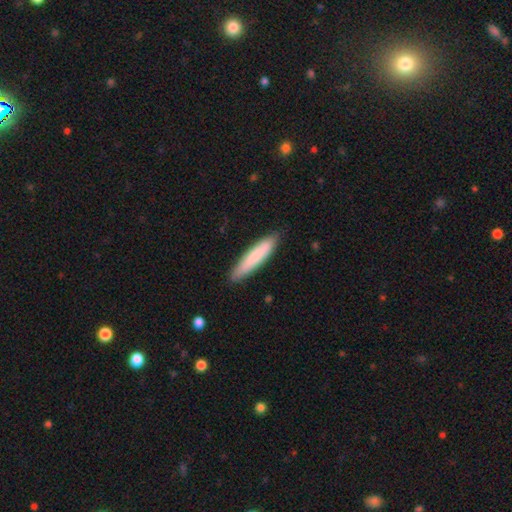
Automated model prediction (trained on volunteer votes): Overall: smooth (80%). How rounded: cigar-shaped (86%). Merging: none (88%).